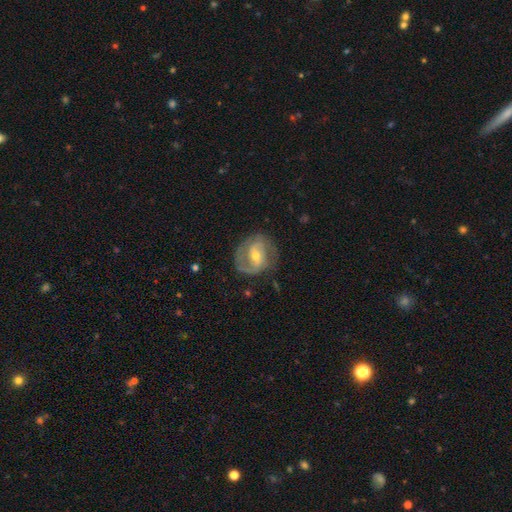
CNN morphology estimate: type=featured or disk (81%); edge-on=no (97%); bar=weak (47%); spiral arms=yes (92%); winding=medium (48%); arm count=2 (77%); bulge=moderate (51%); merging=none (72%).